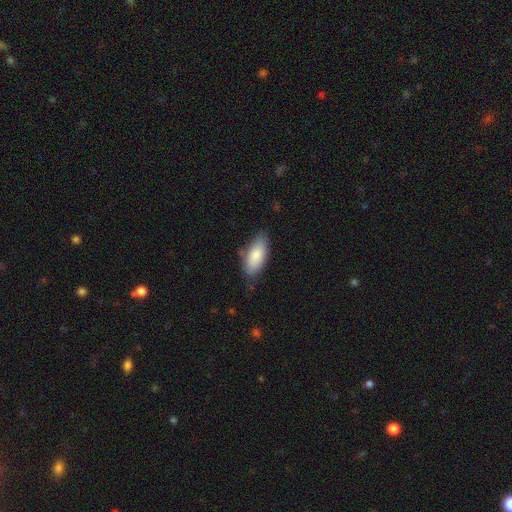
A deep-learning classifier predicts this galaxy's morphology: This appears to be a smooth galaxy with no disk features (84%) that is in between round and cigar-shaped (86%). Merging: none (74%).